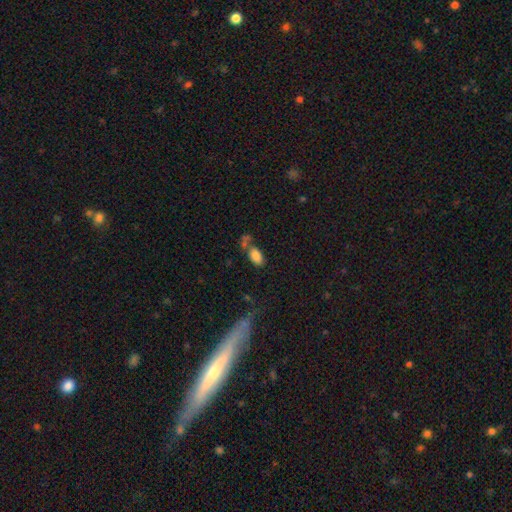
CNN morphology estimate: This is clearly a smooth galaxy (83%). How rounded: clearly in between (93%). Merging: possibly none (53%).